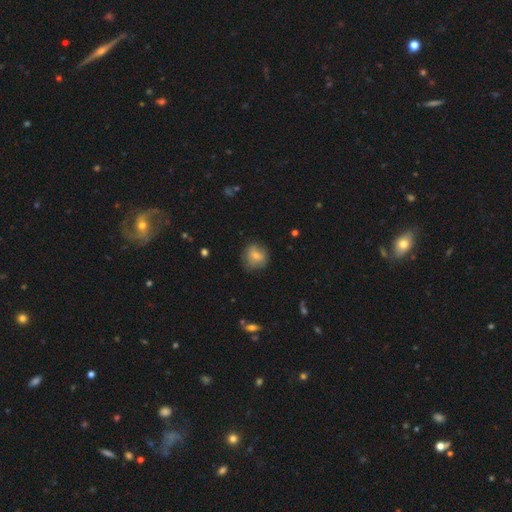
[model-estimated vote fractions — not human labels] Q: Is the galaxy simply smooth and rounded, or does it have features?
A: smooth — 69%.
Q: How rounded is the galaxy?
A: round — 81%.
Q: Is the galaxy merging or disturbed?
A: none — 71%.